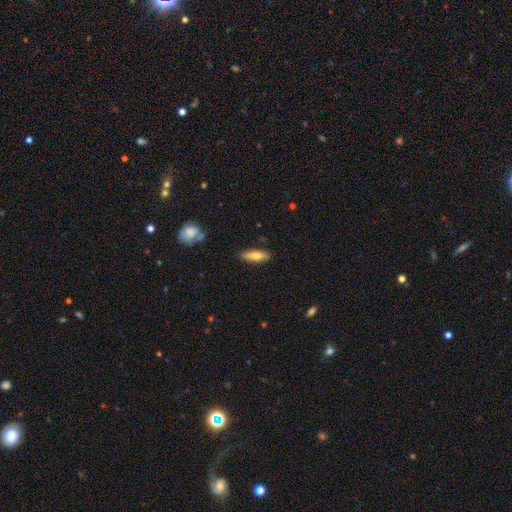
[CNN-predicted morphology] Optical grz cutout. It shows a smooth galaxy with no disk features (70%) that is cigar-shaped (60%). Merging: none (85%).